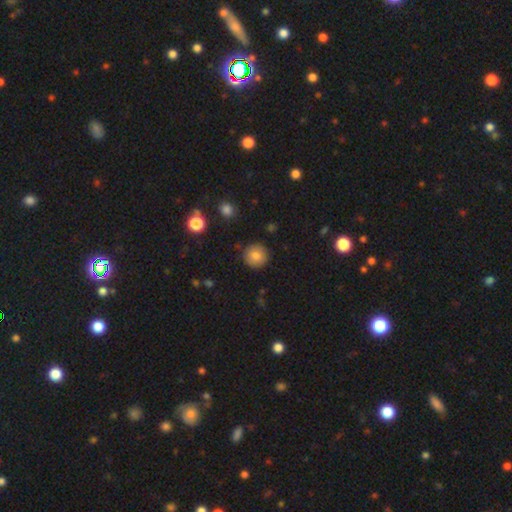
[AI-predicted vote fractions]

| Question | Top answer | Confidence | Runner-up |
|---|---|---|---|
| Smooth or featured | smooth | 83% | star or artifact (9%) |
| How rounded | round | 94% | in between (5%) |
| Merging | none | 89% | minor disturbance (7%) |